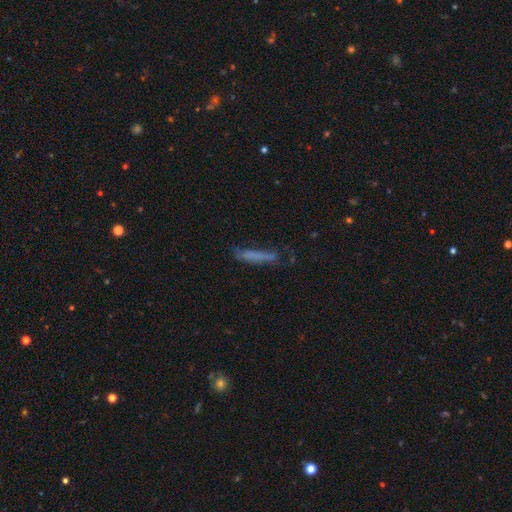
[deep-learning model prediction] A smooth galaxy with no disk features (64%) that is cigar-shaped (90%).

Vote fractions:
- Smooth or featured? smooth: 64% / featured or disk: 25% / star or artifact: 11%
- How rounded? cigar-shaped: 90% / in between: 8% / round: 2%
- Merging? none: 62% / minor disturbance: 24% / major disturbance: 11% / merger: 3%